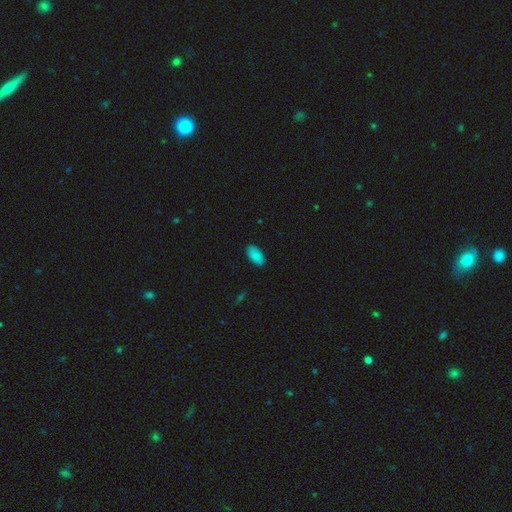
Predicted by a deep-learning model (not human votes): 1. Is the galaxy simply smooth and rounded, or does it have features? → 88% smooth, 8% star or artifact, 5% featured or disk.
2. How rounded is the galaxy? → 94% in between, 4% cigar-shaped, 2% round.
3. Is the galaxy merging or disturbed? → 88% none, 10% minor disturbance, 2% major disturbance, 1% merger.